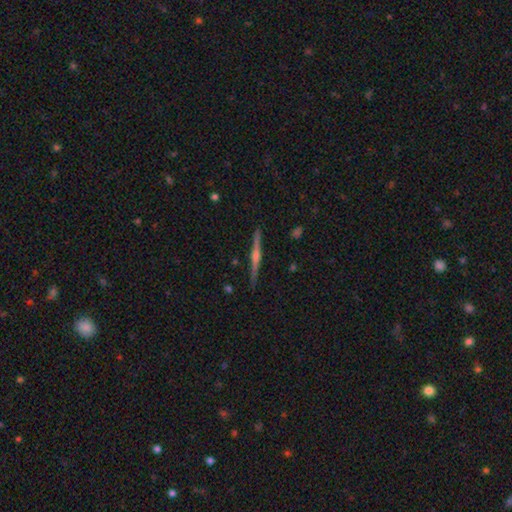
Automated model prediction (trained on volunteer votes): Overall: featured or disk (84%). Edge-on disk: yes (99%). Edge-on bulge: rounded (86%). Merging: none (92%).